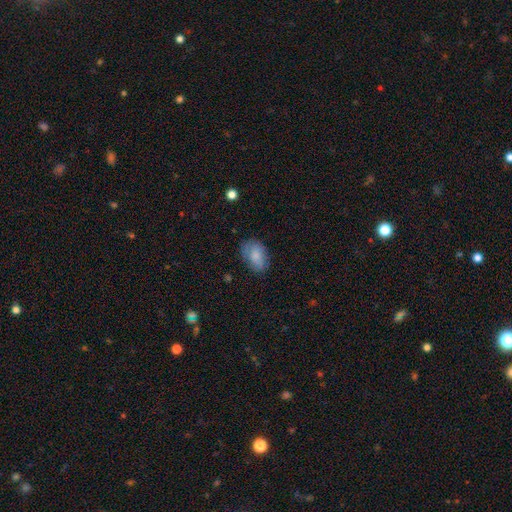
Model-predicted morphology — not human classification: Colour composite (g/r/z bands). It shows a smooth galaxy with no disk features (78%) that is in between round and cigar-shaped (87%). Merging: none (70%).